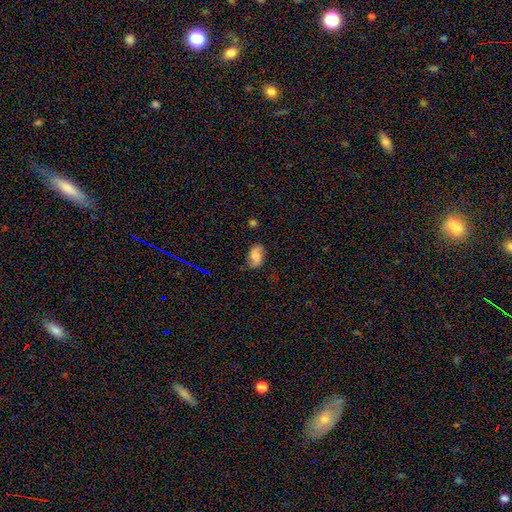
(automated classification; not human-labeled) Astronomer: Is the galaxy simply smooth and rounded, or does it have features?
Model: smooth — 52% (runner-up: featured or disk, 38%).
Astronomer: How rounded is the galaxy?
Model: in between — 88%.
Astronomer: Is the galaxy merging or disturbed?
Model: none — 76%.